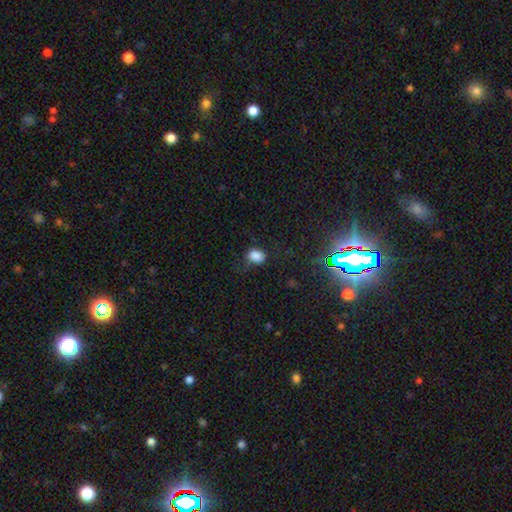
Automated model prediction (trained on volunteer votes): Morphology: type=smooth (82%); roundness=in between (63%); merging=none (61%).